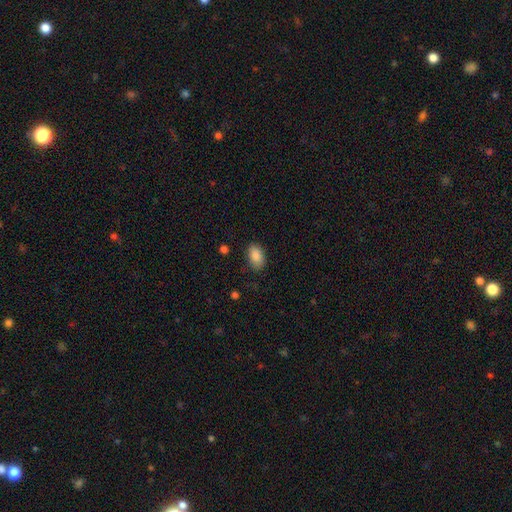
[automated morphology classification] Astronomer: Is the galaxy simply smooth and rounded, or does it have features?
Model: smooth — 88%.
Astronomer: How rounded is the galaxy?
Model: in between — 92%.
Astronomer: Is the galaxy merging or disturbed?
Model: none — 82%.